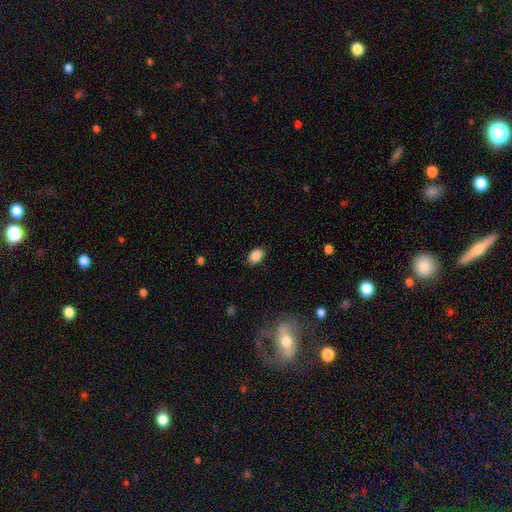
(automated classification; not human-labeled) Smooth or featured: smooth — 88% (star or artifact — 8%)
How rounded: in between — 82% (round — 17%)
Merging: none — 86% (minor disturbance — 10%)